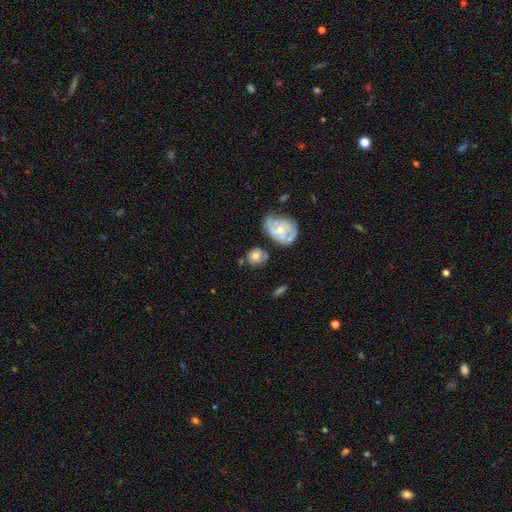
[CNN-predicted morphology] This is possibly a smooth galaxy (59%). How rounded: likely round (69%). Merging: possibly none (56%).